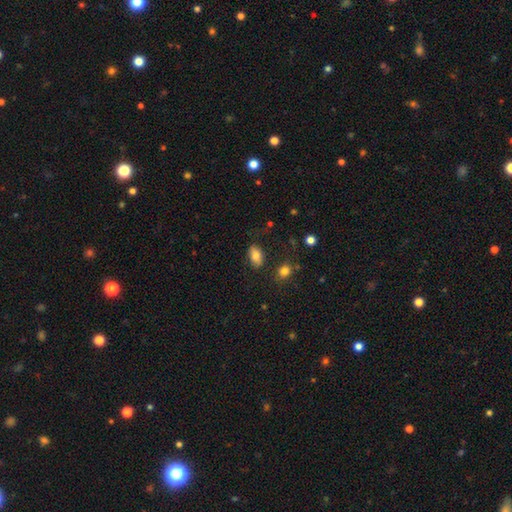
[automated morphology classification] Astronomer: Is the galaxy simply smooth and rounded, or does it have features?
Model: smooth — 79%.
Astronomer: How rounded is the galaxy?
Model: in between — 88%.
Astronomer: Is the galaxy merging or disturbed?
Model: none — 76%.